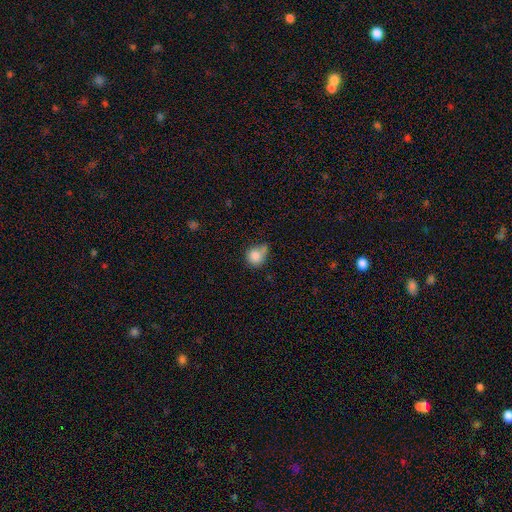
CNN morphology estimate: Q: Smooth or featured?
A: smooth (84%); runner-up: star or artifact (9%)
Q: How rounded?
A: round (83%); runner-up: in between (16%)
Q: Merging?
A: none (47%); runner-up: minor disturbance (25%)